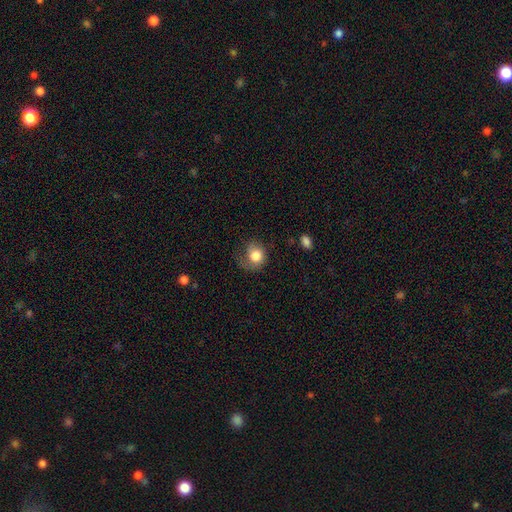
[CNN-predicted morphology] Overall: smooth (74%). How rounded: round (68%; in between 31%). Merging: none (43%; minor disturbance 28%).